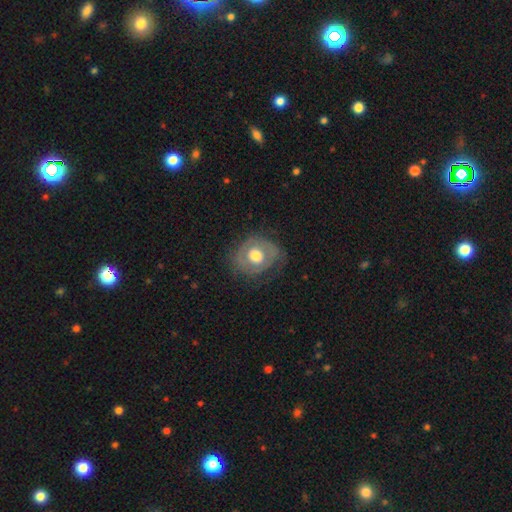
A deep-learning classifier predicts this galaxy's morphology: A featured or disk galaxy (52%).

Vote fractions:
- Smooth or featured? featured or disk: 52% / smooth: 41% / star or artifact: 7%
- Edge-on disk? no: 95% / yes: 5%
- Merging? none: 64% / minor disturbance: 23% / major disturbance: 12% / merger: 1%